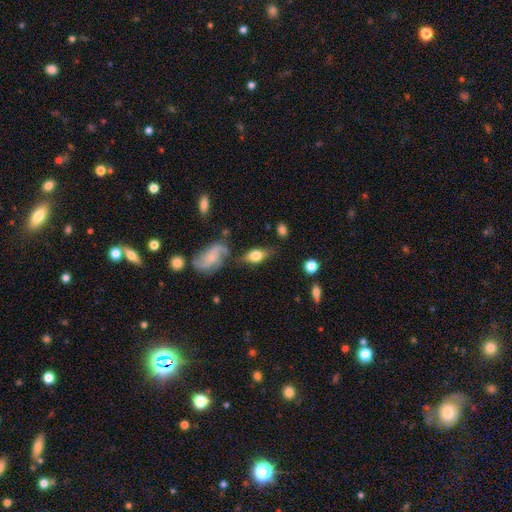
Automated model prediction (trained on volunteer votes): smooth-or-featured: smooth: 62% | featured or disk: 29% | star or artifact: 8%
  how-rounded: in between: 82% | cigar-shaped: 10% | round: 9%
  merging: none: 62% | minor disturbance: 22% | major disturbance: 8% | merger: 8%